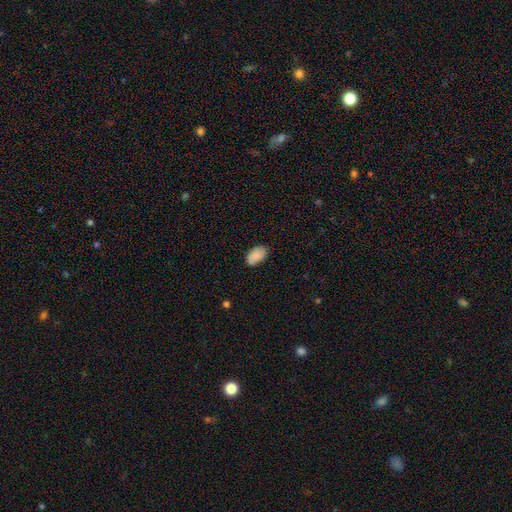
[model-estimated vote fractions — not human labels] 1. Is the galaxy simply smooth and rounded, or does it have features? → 83% smooth, 9% featured or disk, 8% star or artifact.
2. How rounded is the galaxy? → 92% in between, 7% round, 1% cigar-shaped.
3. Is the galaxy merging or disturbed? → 75% none, 19% minor disturbance, 4% major disturbance, 2% merger.